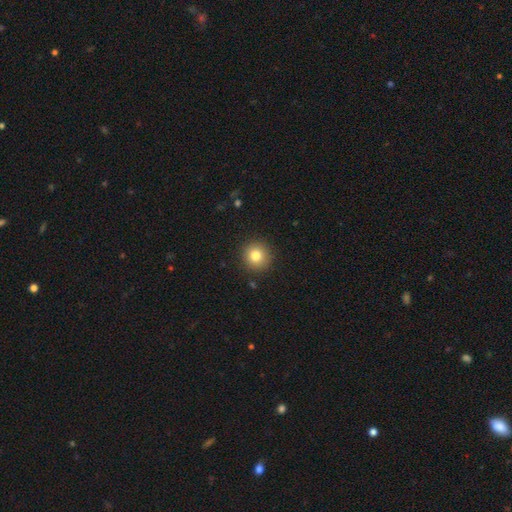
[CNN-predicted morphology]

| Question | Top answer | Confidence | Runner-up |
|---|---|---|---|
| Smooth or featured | smooth | 81% | star or artifact (11%) |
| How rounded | round | 94% | in between (5%) |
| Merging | none | 91% | minor disturbance (6%) |